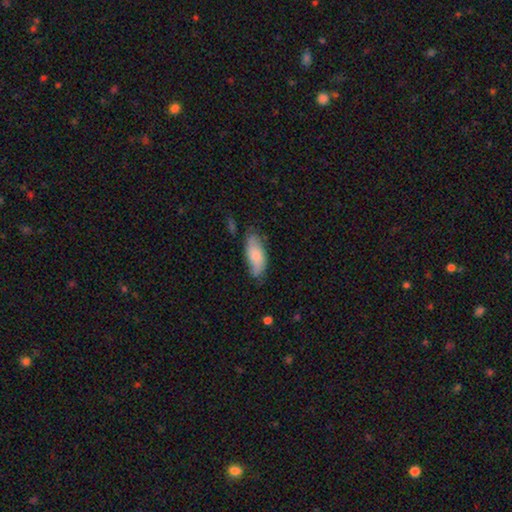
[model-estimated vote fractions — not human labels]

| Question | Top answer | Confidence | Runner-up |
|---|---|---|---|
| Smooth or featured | smooth | 75% | featured or disk (19%) |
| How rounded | in between | 83% | cigar-shaped (15%) |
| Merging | none | 61% | minor disturbance (29%) |